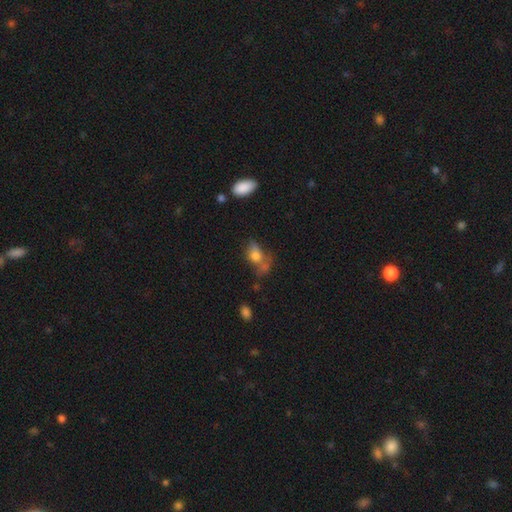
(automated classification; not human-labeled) Q: Smooth or featured?
A: smooth (70%); runner-up: featured or disk (18%)
Q: How rounded?
A: in between (73%); runner-up: round (24%)
Q: Merging?
A: none (33%); runner-up: minor disturbance (23%)